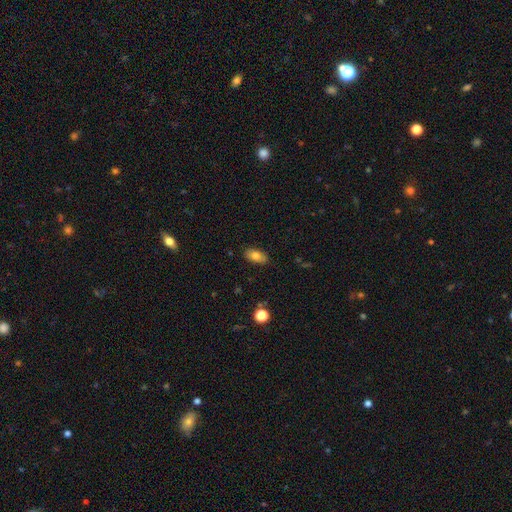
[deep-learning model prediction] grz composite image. It shows a smooth galaxy with no disk features (78%) that is in between round and cigar-shaped (90%). Merging: none (86%).